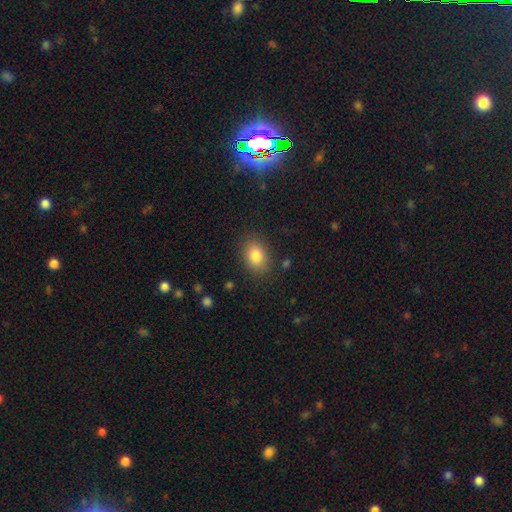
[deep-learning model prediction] Smooth or featured? Predicted: smooth (p=0.83). How rounded? Predicted: in between (p=0.70). Merging? Predicted: none (p=0.85).